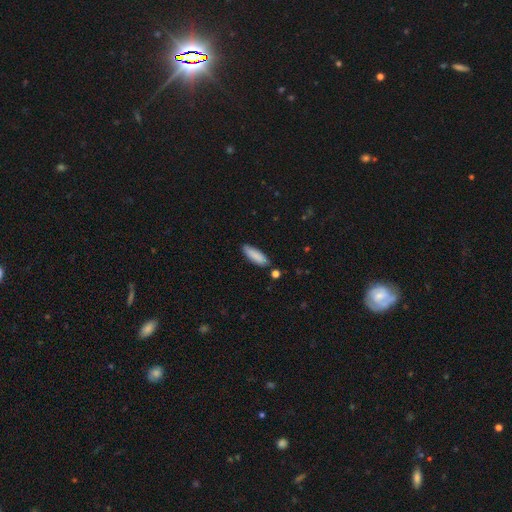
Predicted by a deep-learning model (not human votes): Morphology: type=smooth (87%); roundness=in between (53%); merging=none (81%).